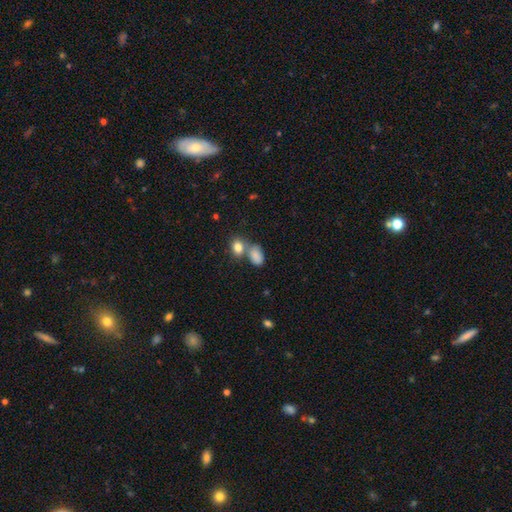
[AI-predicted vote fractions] Smooth or featured? smooth (84%)
How rounded? in between (84%)
Merging? merger (43%)